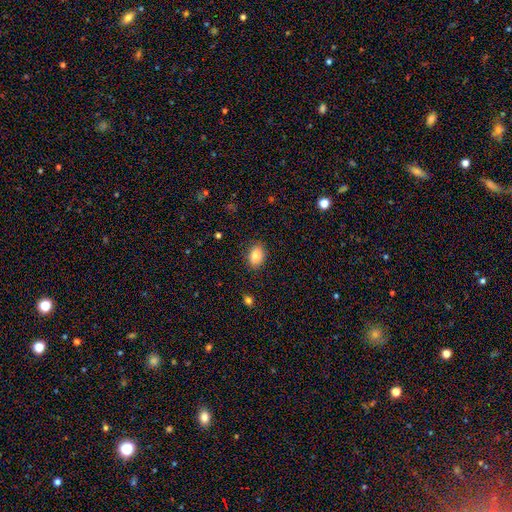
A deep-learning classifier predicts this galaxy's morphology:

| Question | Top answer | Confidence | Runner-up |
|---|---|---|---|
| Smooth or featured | smooth | 84% | star or artifact (8%) |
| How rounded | in between | 79% | round (20%) |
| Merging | none | 86% | minor disturbance (10%) |